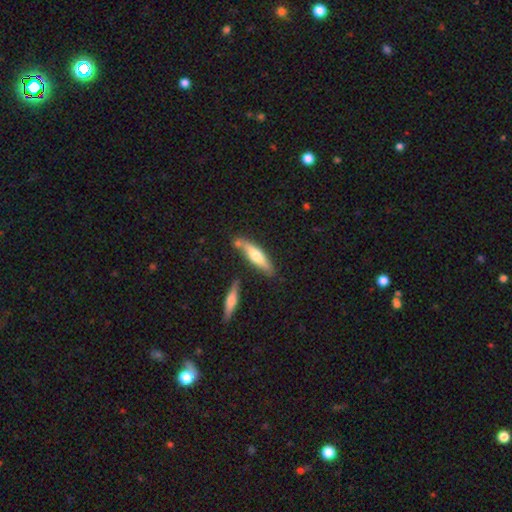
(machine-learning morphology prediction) smooth-or-featured: smooth: 55% | featured or disk: 39% | star or artifact: 6%
  how-rounded: cigar-shaped: 72% | in between: 26% | round: 2%
  merging: none: 70% | minor disturbance: 15% | merger: 12% | major disturbance: 3%